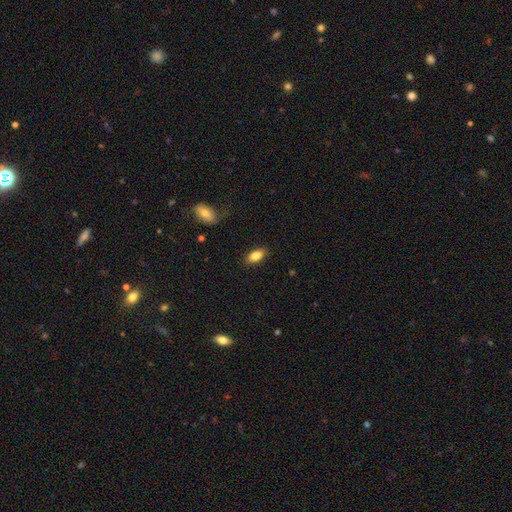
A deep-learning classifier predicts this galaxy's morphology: The model was most divided on "smooth or featured": smooth: 84%, featured or disk: 8%, star or artifact: 8%. More confident: how rounded — in between (90%); merging — none (87%).